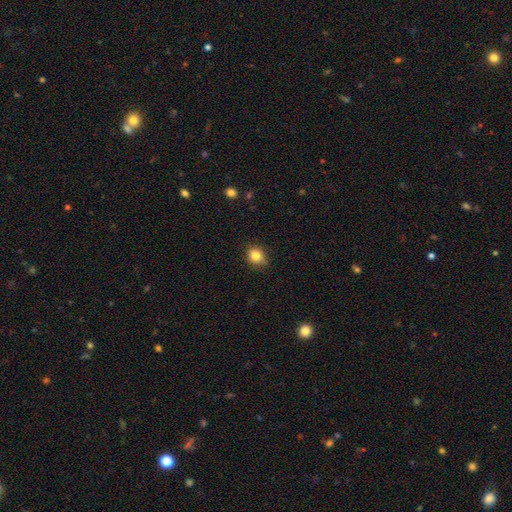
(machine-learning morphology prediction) Q: Smooth or featured?
A: smooth (83%); runner-up: star or artifact (11%)
Q: How rounded?
A: round (72%); runner-up: in between (27%)
Q: Merging?
A: none (77%); runner-up: minor disturbance (19%)